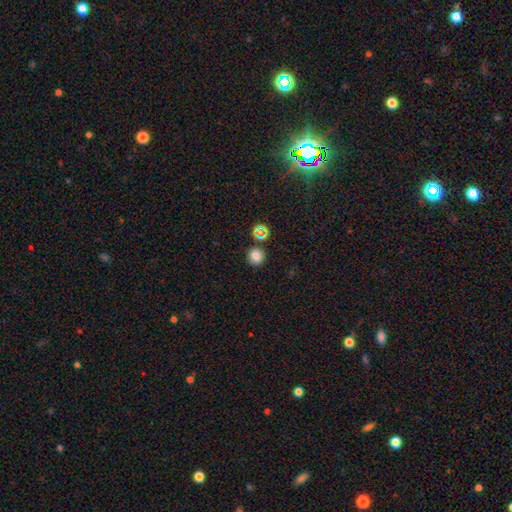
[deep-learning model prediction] Morphology: type=smooth (76%); roundness=round (82%); merging=none (84%).